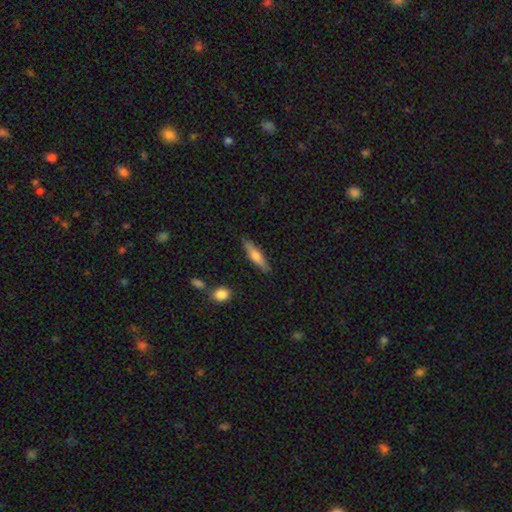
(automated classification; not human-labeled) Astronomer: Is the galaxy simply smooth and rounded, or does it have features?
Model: smooth — 49% (runner-up: featured or disk, 45%).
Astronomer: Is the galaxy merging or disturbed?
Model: none — 87%.